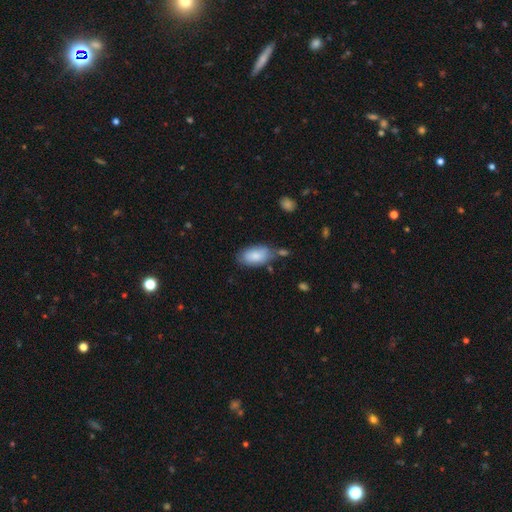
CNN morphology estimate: The model was most divided on "merging": none: 61%, minor disturbance: 23%, merger: 10%, major disturbance: 6%. More confident: how rounded — in between (94%); smooth or featured — smooth (83%).